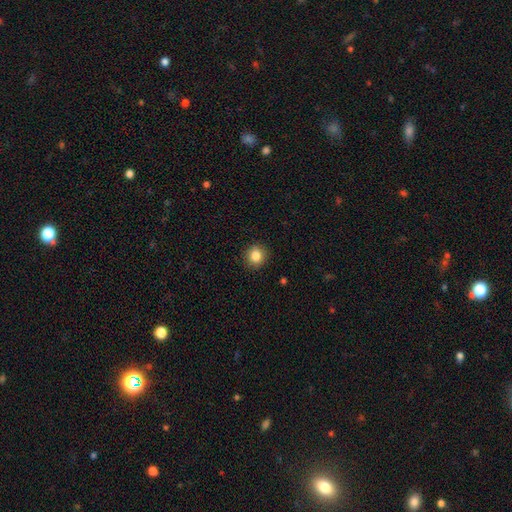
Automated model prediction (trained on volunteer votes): Smooth or featured: smooth — 85% (star or artifact — 10%)
How rounded: round — 87% (in between — 12%)
Merging: none — 91% (minor disturbance — 6%)